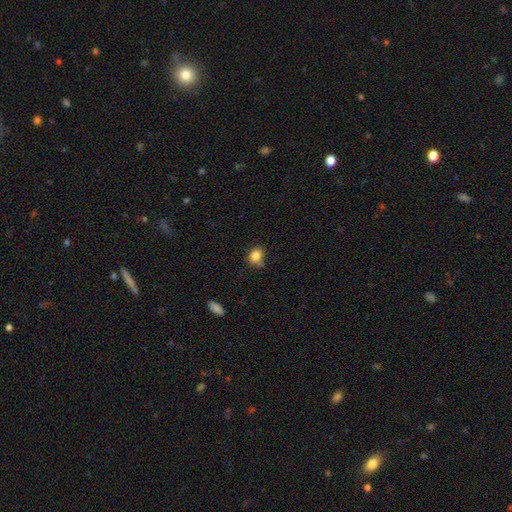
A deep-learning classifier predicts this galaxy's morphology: smooth 84%, star or artifact 10%, featured or disk 6%. Down the decision tree: how rounded — round (55%); merging — none (65%).